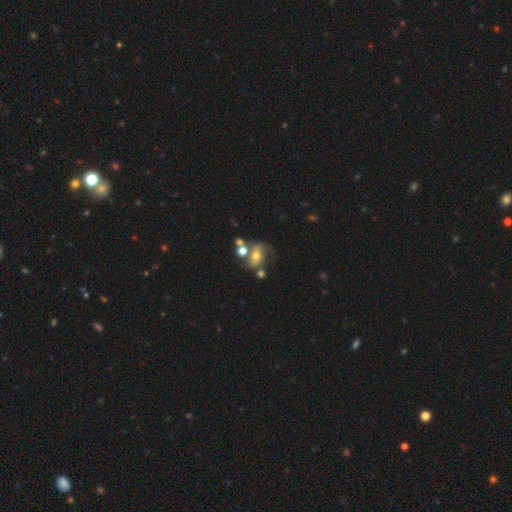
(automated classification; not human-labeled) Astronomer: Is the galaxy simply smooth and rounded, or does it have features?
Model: star or artifact — 36% (runner-up: featured or disk, 32%).